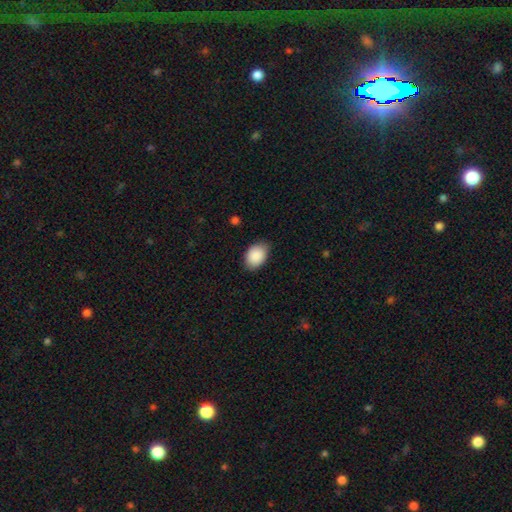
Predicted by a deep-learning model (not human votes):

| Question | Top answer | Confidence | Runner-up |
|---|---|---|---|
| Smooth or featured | smooth | 90% | star or artifact (6%) |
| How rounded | in between | 82% | round (17%) |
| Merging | none | 80% | minor disturbance (16%) |